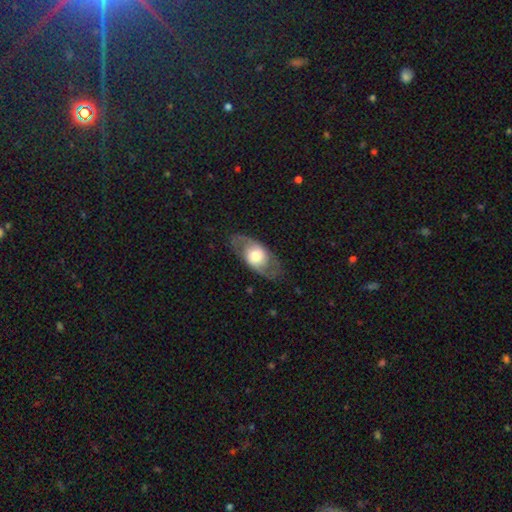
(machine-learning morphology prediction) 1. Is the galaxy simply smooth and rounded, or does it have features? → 58% featured or disk, 36% smooth, 6% star or artifact.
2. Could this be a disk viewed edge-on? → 86% no, 14% yes.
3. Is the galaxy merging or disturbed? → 75% none, 15% minor disturbance, 8% major disturbance, 1% merger.